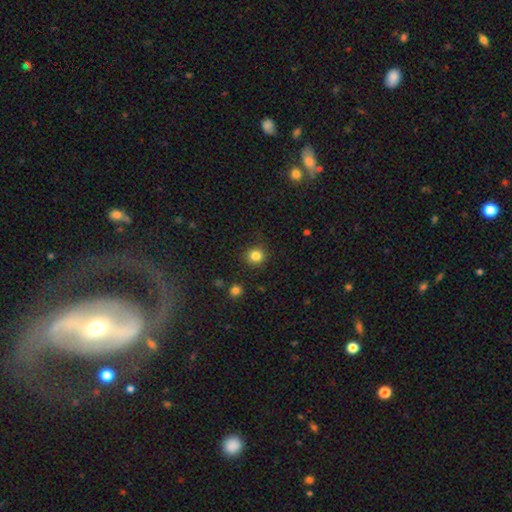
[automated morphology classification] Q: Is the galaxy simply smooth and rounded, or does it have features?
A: smooth — 83%.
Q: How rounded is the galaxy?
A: round — 91%.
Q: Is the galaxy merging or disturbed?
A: none — 88%.